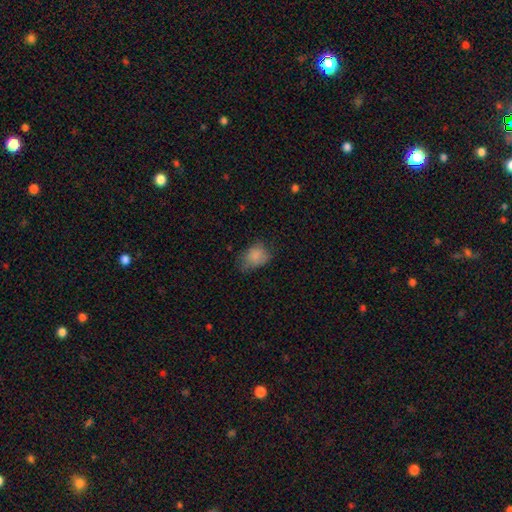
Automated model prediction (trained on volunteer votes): Overall: smooth (82%). How rounded: in between (67%; round 32%). Merging: none (48%; minor disturbance 36%).